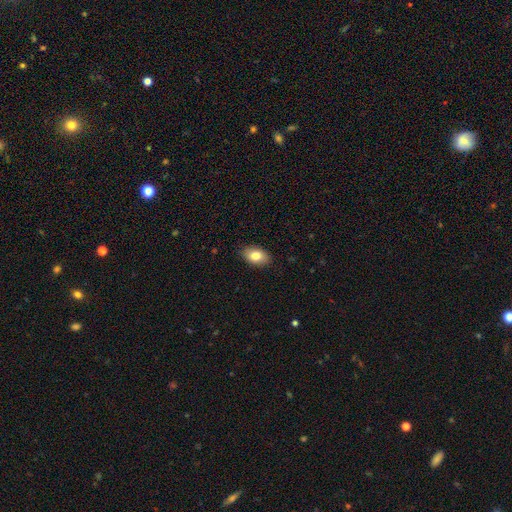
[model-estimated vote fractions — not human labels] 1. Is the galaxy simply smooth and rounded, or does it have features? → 82% smooth, 11% featured or disk, 7% star or artifact.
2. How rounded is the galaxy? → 90% in between, 9% round, 1% cigar-shaped.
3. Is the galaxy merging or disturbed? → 88% none, 9% minor disturbance, 2% major disturbance, 1% merger.